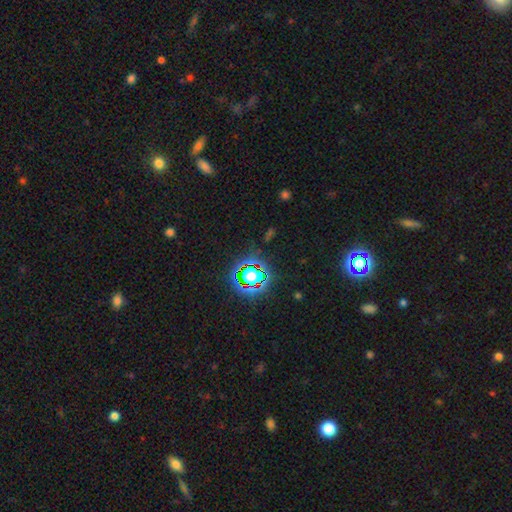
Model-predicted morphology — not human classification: Smooth or featured? star or artifact (76%)